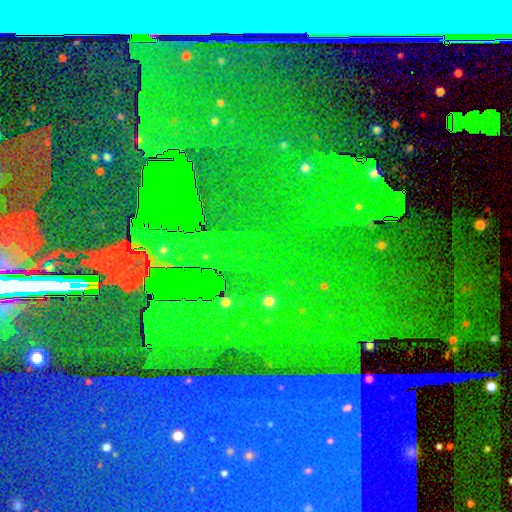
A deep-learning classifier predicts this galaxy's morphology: smooth-or-featured: star or artifact: 75% | smooth: 16% | featured or disk: 9%